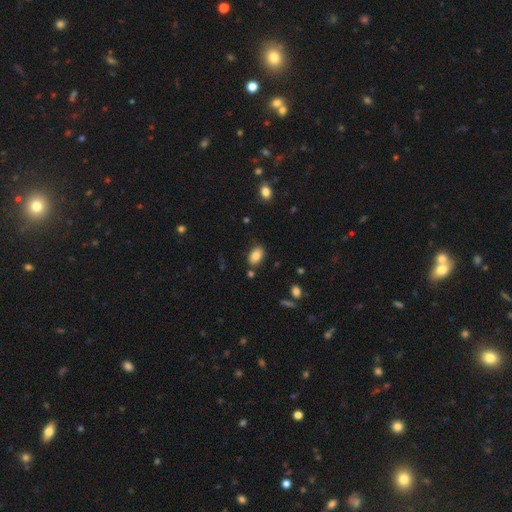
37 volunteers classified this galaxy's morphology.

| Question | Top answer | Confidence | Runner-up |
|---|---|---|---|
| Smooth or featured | smooth | 84% | featured or disk (11%) |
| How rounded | in between | 90% | round (10%) |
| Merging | none | 74% | merger (14%) |